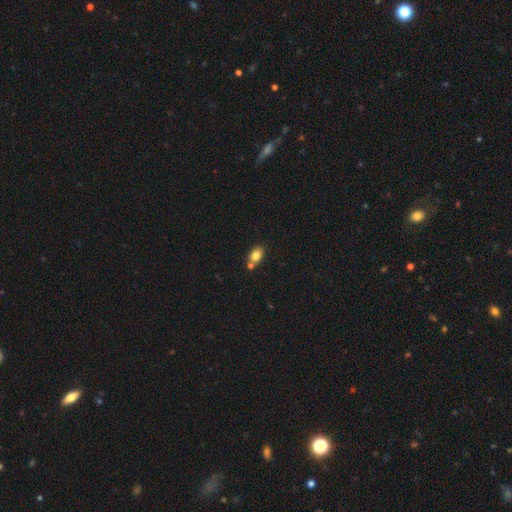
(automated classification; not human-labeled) Smooth or featured? smooth (81%)
How rounded? in between (80%)
Merging? none (58%)